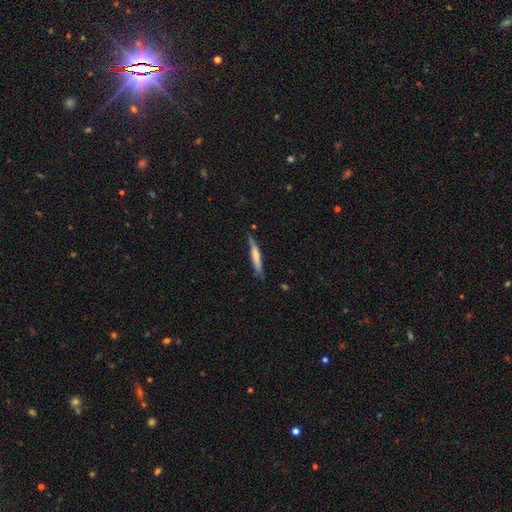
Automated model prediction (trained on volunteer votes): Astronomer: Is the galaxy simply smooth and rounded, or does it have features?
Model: smooth — 54% (runner-up: featured or disk, 40%).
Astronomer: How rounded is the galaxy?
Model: cigar-shaped — 93%.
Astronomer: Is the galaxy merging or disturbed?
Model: none — 76%.